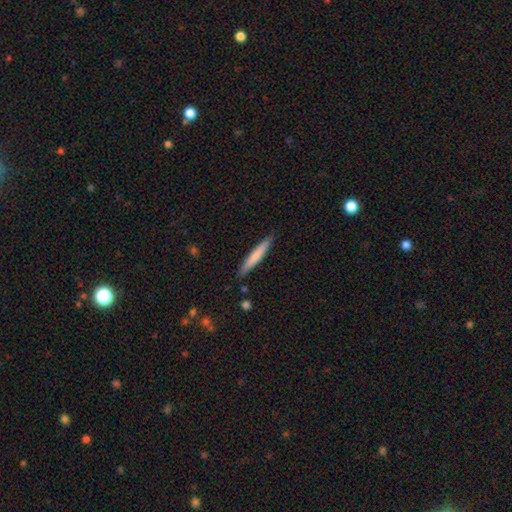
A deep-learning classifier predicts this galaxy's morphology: Smooth or featured?
  - smooth: 71% *
  - featured or disk: 24%
  - star or artifact: 5%
How rounded?
  - cigar-shaped: 95% *
  - in between: 4%
  - round: 1%
Merging?
  - none: 87% *
  - minor disturbance: 9%
  - major disturbance: 2%
  - merger: 1%